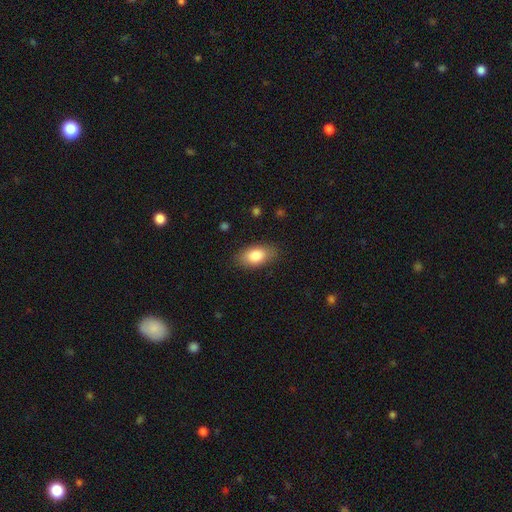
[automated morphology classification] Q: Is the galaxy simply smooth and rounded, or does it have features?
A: smooth — 83%.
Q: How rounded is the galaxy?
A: in between — 91%.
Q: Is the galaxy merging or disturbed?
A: none — 84%.